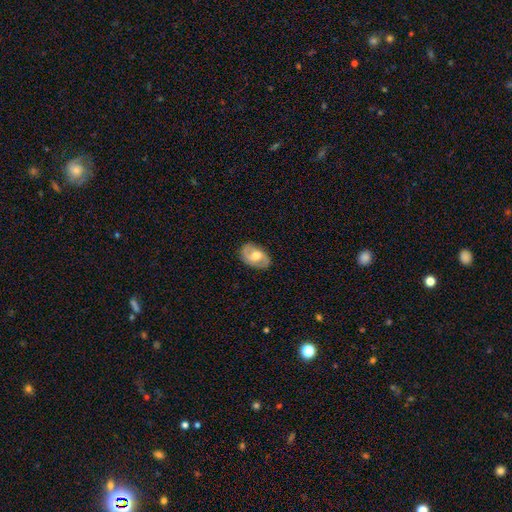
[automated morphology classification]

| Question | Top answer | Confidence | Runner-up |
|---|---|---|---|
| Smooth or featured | featured or disk | 66% | smooth (28%) |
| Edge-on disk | no | 95% | yes (5%) |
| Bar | weak | 46% | no (40%) |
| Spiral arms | yes | 80% | no (20%) |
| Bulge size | moderate | 68% | large (17%) |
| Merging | none | 82% | minor disturbance (13%) |